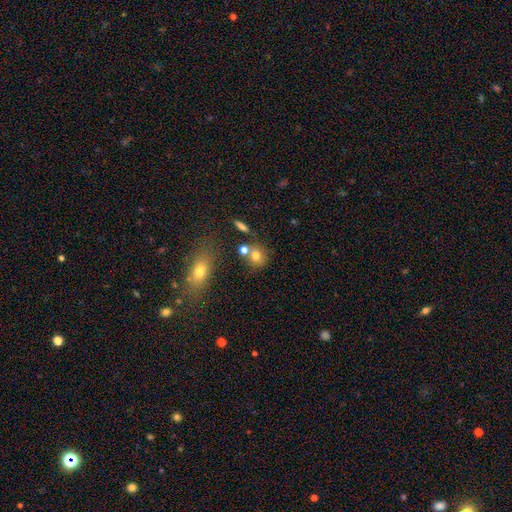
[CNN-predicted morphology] Smooth or featured?
  - smooth: 75% *
  - featured or disk: 13%
  - star or artifact: 12%
How rounded?
  - round: 75% *
  - in between: 23%
  - cigar-shaped: 2%
Merging?
  - none: 56% *
  - merger: 27%
  - minor disturbance: 12%
  - major disturbance: 5%